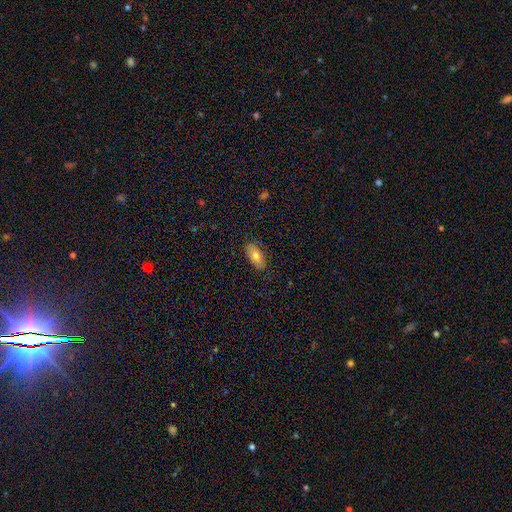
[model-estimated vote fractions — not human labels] Smooth or featured? smooth (71%)
How rounded? in between (87%)
Merging? none (82%)